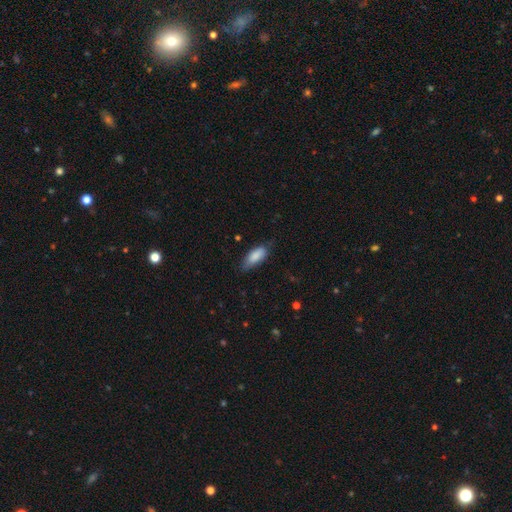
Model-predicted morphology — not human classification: Smooth or featured: smooth — 85% (featured or disk — 9%)
How rounded: in between — 82% (cigar-shaped — 17%)
Merging: none — 66% (minor disturbance — 28%)